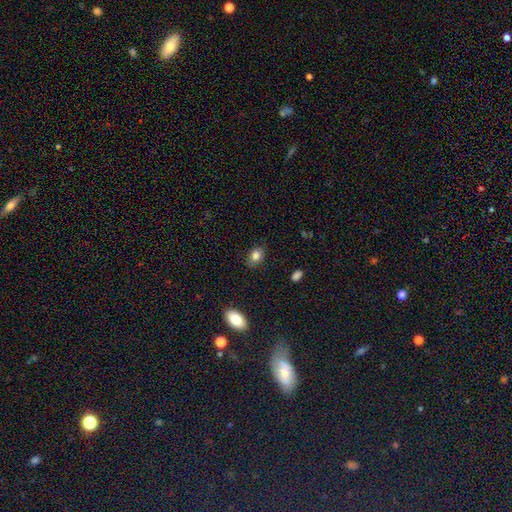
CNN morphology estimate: The model was most divided on "how rounded": in between: 78%, round: 20%, cigar-shaped: 2%. More confident: smooth or featured — smooth (82%); merging — none (81%).